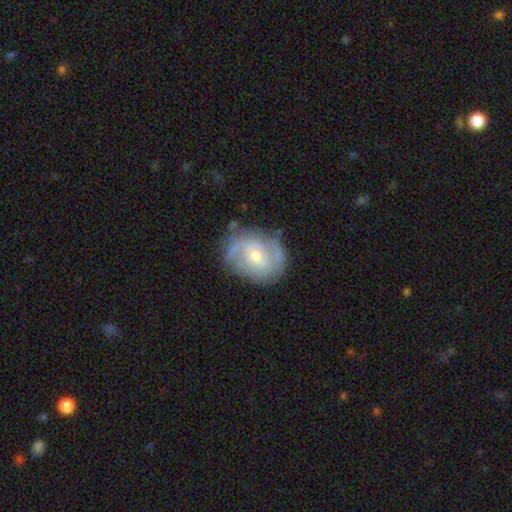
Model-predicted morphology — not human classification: Q: Smooth or featured?
A: featured or disk (77%); runner-up: smooth (17%)
Q: Edge-on disk?
A: no (97%); runner-up: yes (3%)
Q: Bar?
A: no (49%); runner-up: weak (41%)
Q: Spiral arms?
A: yes (89%); runner-up: no (11%)
Q: Spiral winding?
A: medium (44%); runner-up: tight (34%)
Q: Spiral arm count?
A: 2 (65%); runner-up: can't tell (17%)
Q: Bulge size?
A: moderate (49%); runner-up: small (47%)
Q: Merging?
A: none (68%); runner-up: minor disturbance (21%)